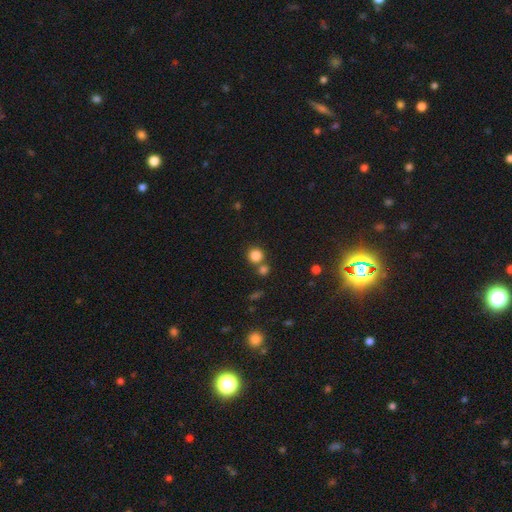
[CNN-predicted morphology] Smooth or featured: smooth — 83% (star or artifact — 12%)
How rounded: round — 89% (in between — 10%)
Merging: none — 64% (merger — 25%)